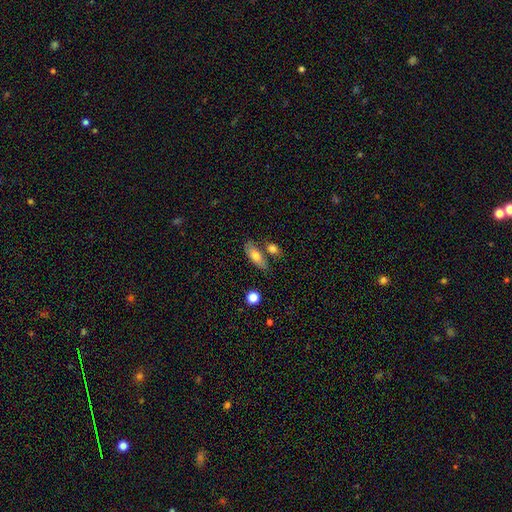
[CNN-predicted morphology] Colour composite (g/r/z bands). It shows a smooth galaxy with no disk features (73%) that is in between round and cigar-shaped (76%). Merging: none (64%).